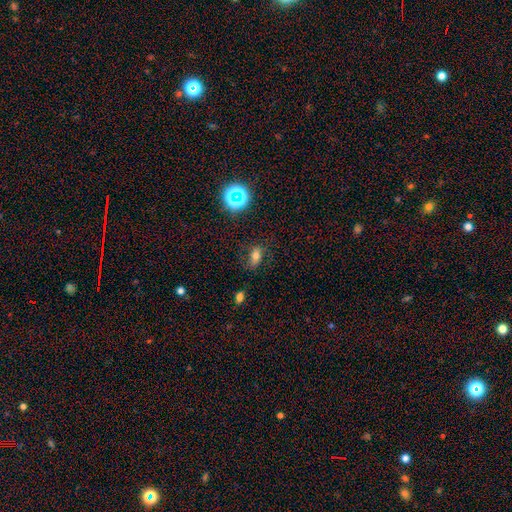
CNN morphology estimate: Q: Smooth or featured?
A: smooth (60%); runner-up: featured or disk (21%)
Q: How rounded?
A: in between (79%); runner-up: round (15%)
Q: Merging?
A: none (70%); runner-up: minor disturbance (19%)